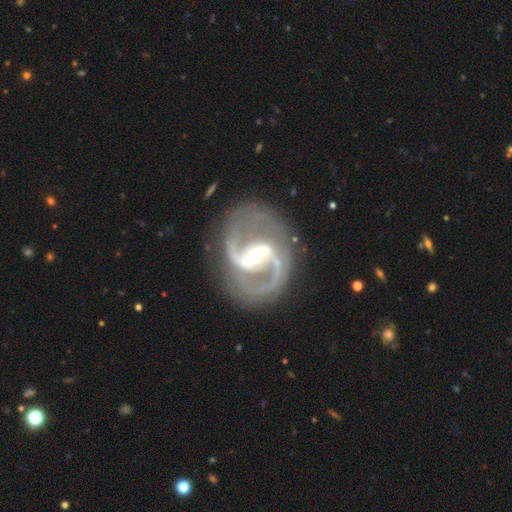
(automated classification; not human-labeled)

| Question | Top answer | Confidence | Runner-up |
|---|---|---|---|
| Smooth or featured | featured or disk | 93% | star or artifact (5%) |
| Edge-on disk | no | 98% | yes (2%) |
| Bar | strong | 54% | weak (34%) |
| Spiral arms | yes | 98% | no (2%) |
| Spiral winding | medium | 64% | loose (19%) |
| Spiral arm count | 2 | 93% | 3 (2%) |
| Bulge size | moderate | 53% | small (40%) |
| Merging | none | 81% | minor disturbance (12%) |